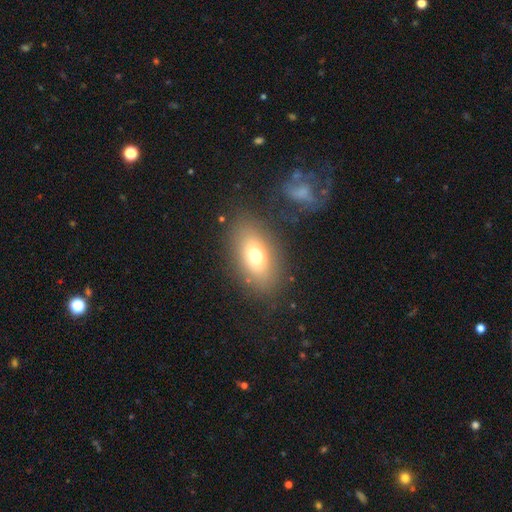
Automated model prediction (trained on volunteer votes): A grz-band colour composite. It shows a smooth galaxy with no disk features (68%) that is in between round and cigar-shaped (84%). Merging: none (80%).